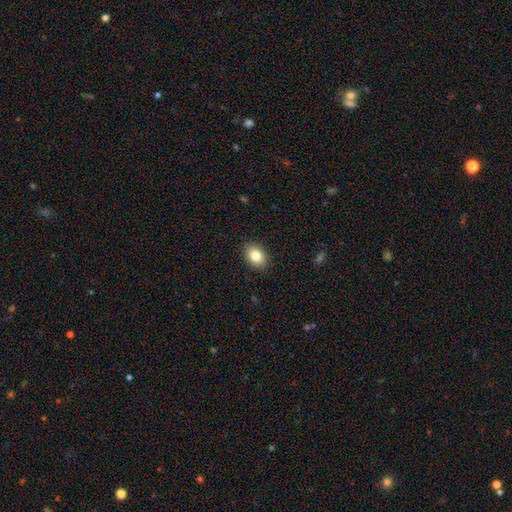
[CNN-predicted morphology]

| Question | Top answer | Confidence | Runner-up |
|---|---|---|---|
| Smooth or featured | smooth | 82% | star or artifact (9%) |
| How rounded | in between | 74% | round (25%) |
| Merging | none | 89% | minor disturbance (8%) |